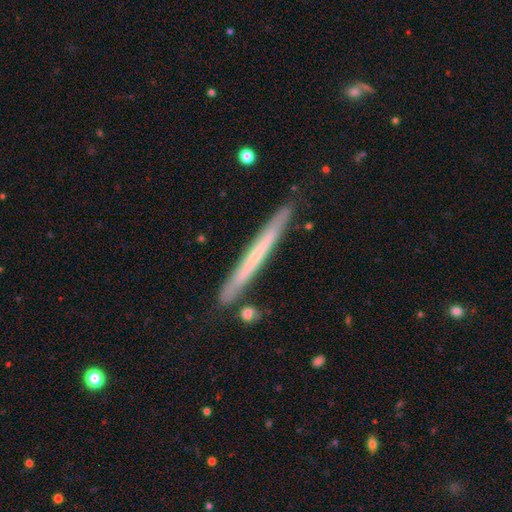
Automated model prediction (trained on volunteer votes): smooth_or_featured: featured or disk (p=0.50) [alt: smooth p=0.44]
merging: none (p=0.85) [alt: minor disturbance p=0.10]